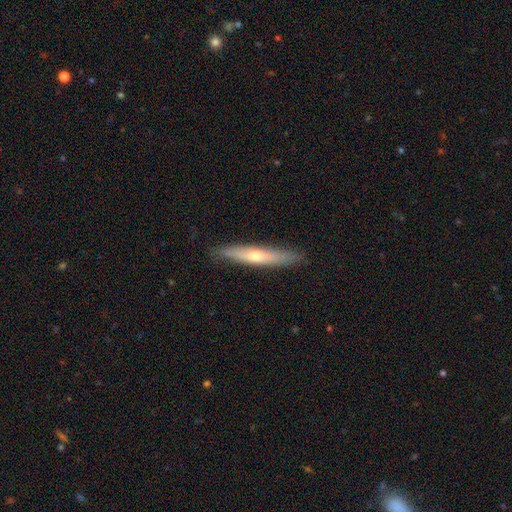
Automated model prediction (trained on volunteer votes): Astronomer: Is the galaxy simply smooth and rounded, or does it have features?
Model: featured or disk — 50% (runner-up: smooth, 44%).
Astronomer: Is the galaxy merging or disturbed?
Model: none — 88%.